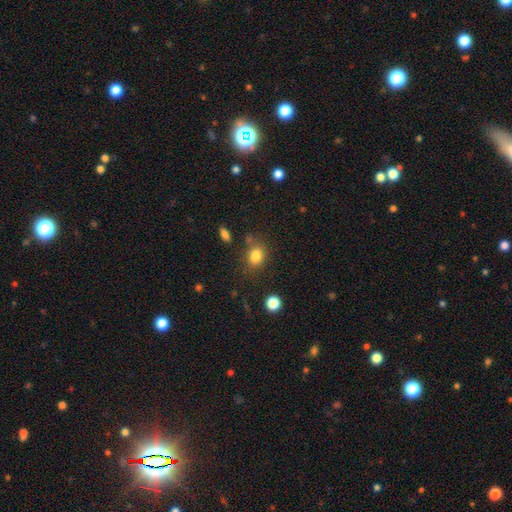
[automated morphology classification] type=smooth (83%); roundness=in between (51%); merging=none (75%).